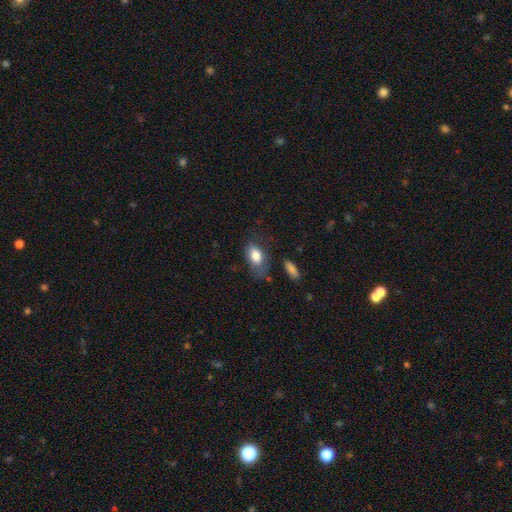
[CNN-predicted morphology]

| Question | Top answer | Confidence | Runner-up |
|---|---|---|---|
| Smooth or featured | smooth | 79% | featured or disk (13%) |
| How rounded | in between | 90% | round (7%) |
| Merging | none | 51% | minor disturbance (29%) |